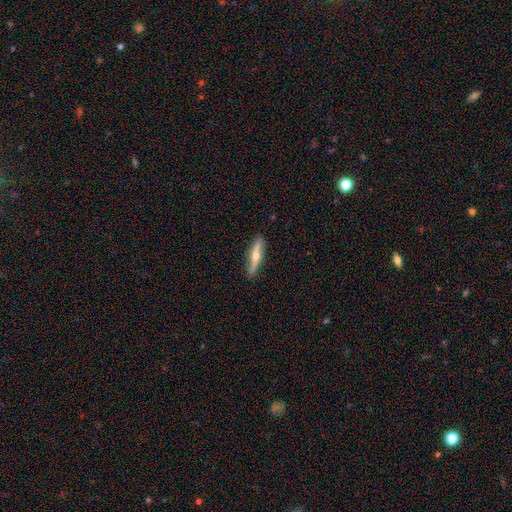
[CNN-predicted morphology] Smooth or featured? Predicted: featured or disk (p=0.59). Edge-on disk? Predicted: yes (p=0.84). Merging? Predicted: none (p=0.87).